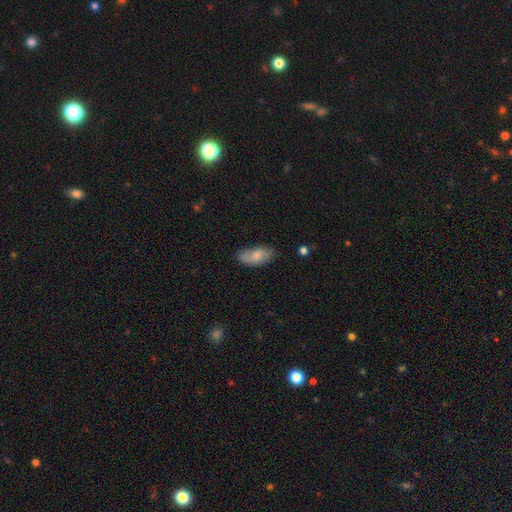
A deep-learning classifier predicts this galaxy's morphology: smooth-or-featured: smooth: 75% | featured or disk: 19% | star or artifact: 6%
  how-rounded: in between: 91% | cigar-shaped: 6% | round: 3%
  merging: none: 75% | minor disturbance: 20% | major disturbance: 4% | merger: 2%